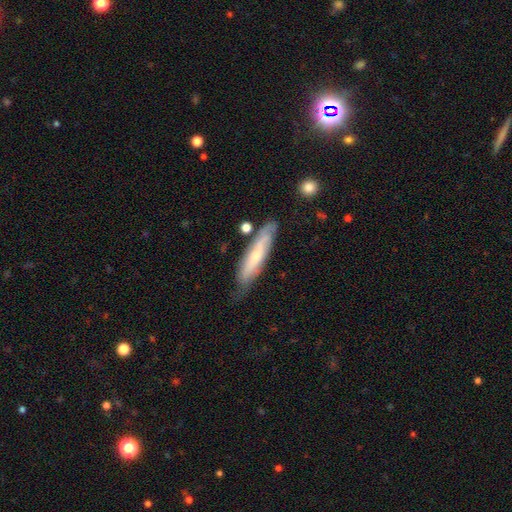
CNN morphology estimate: Smooth or featured: featured or disk — 48% (smooth — 46%)
Merging: none — 67% (minor disturbance — 23%)